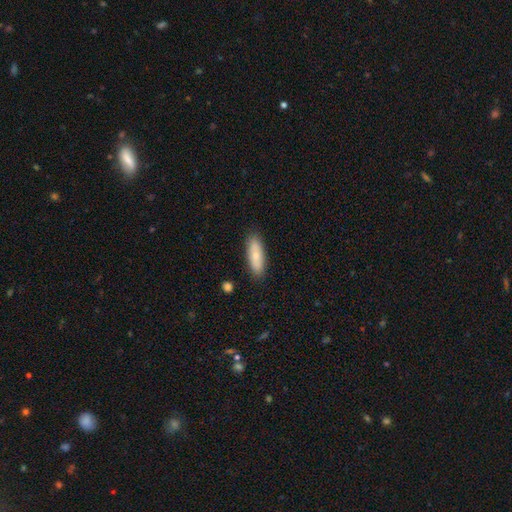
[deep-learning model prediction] smooth 73%, featured or disk 20%, star or artifact 6%. Down the decision tree: how rounded — in between (54%); merging — none (87%).